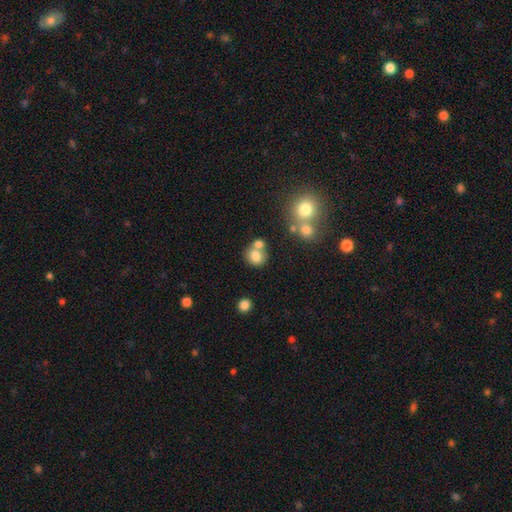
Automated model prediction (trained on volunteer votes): This is likely a smooth galaxy (77%). How rounded: likely round (73%). Merging: possibly none (51%).